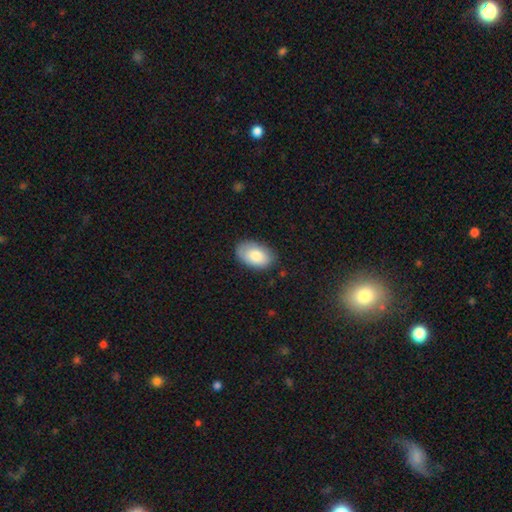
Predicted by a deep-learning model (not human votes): The model was most divided on "merging": none: 80%, minor disturbance: 16%, major disturbance: 3%, merger: 1%. More confident: how rounded — in between (92%); smooth or featured — smooth (82%).